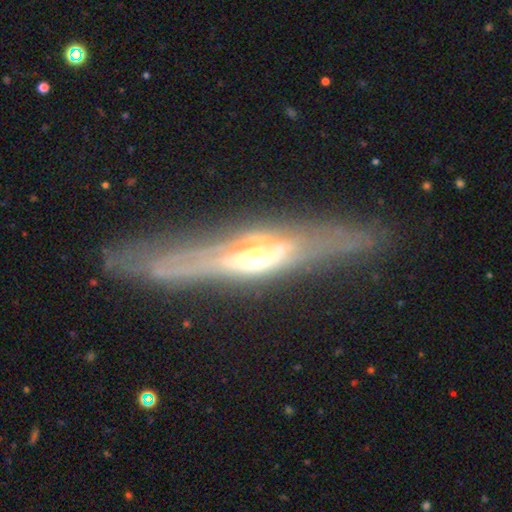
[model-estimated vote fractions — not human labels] This appears to be a featured or disk galaxy (82%) viewed edge-on (87%) with a rounded central bulge (80%). Merging: none (81%).